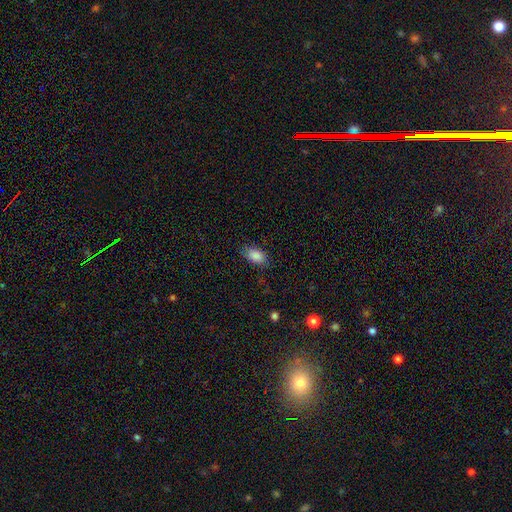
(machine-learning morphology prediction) This is clearly a smooth galaxy (88%). How rounded: clearly in between (92%). Merging: clearly none (82%).